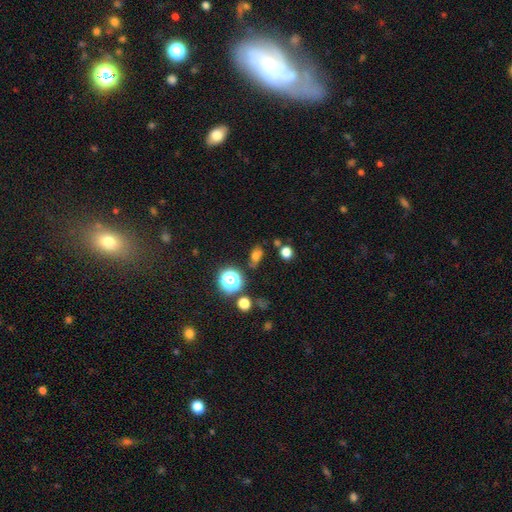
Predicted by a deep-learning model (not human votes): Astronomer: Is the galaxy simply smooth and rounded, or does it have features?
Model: smooth — 64%.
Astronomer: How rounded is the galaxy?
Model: in between — 70%.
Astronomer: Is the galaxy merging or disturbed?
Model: none — 73%.